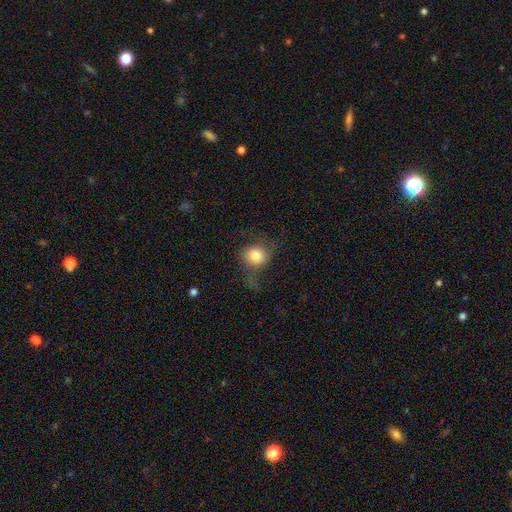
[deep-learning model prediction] smooth-or-featured: smooth: 73% | featured or disk: 17% | star or artifact: 10%
  how-rounded: round: 75% | in between: 24% | cigar-shaped: 1%
  merging: none: 46% | major disturbance: 28% | minor disturbance: 24% | merger: 3%